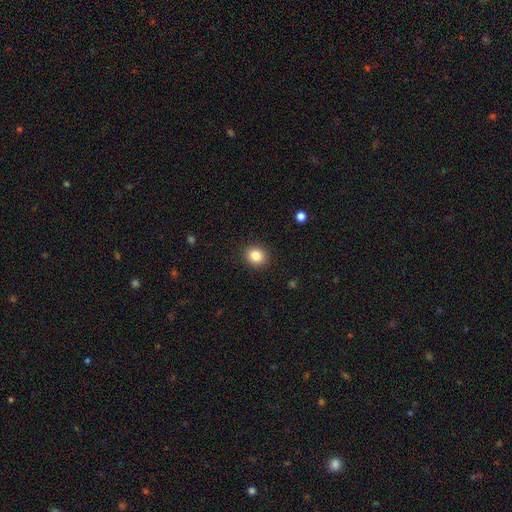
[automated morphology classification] The model was most divided on "how rounded": round: 78%, in between: 21%, cigar-shaped: 1%. More confident: merging — none (91%); smooth or featured — smooth (85%).